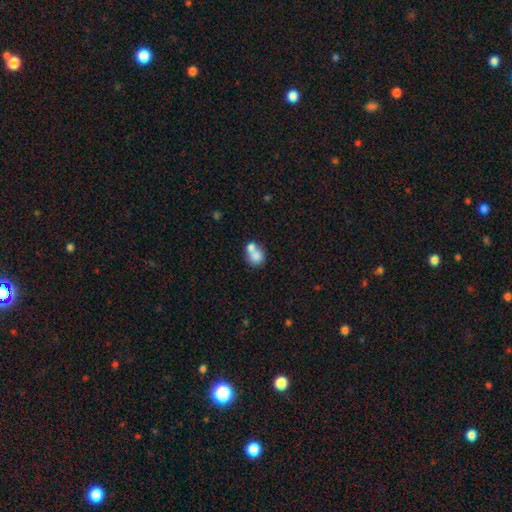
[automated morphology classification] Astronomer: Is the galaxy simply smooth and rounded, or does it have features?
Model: smooth — 76%.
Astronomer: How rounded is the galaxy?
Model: round — 73%.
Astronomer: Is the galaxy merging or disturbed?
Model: merger — 57%.